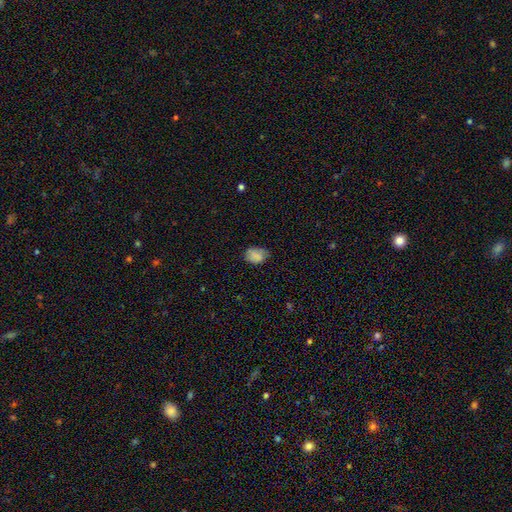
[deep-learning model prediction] Q: Smooth or featured?
A: smooth (85%); runner-up: star or artifact (8%)
Q: How rounded?
A: in between (72%); runner-up: round (27%)
Q: Merging?
A: none (63%); runner-up: minor disturbance (30%)